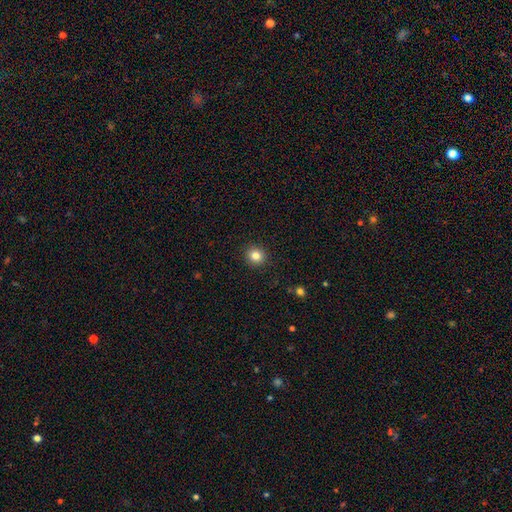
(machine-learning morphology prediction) A smooth galaxy with no disk features (83%) that is round (89%). Merging: none (91%).